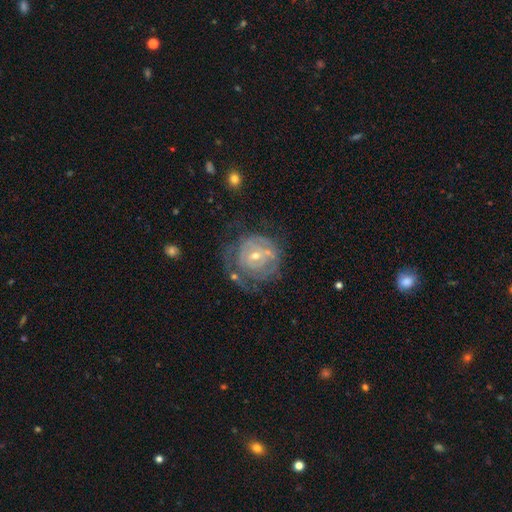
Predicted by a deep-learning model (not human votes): smooth-or-featured: featured or disk: 78% | smooth: 15% | star or artifact: 7%
  disk-edge-on: no: 97% | yes: 3%
    bar: no: 50% | weak: 38% | strong: 12%
    has-spiral-arms: yes: 80% | no: 20%
      spiral-winding: tight: 71% | medium: 22% | loose: 8%
      spiral-arm-count: can't tell: 51% | 2: 21% | 3: 11% | 1: 7% | 4: 6% | more than 4: 4%
    bulge-size: small: 61% | moderate: 35% | large: 2% | none: 1% | dominant: 1%
  merging: none: 57% | minor disturbance: 21% | major disturbance: 19% | merger: 3%